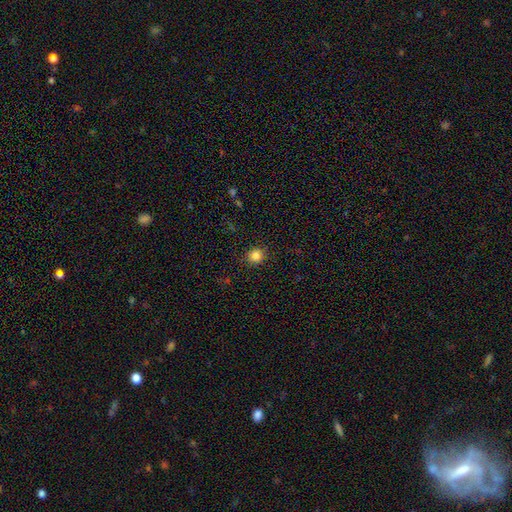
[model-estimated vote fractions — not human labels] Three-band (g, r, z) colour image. It shows a smooth galaxy with no disk features (83%) that is round (87%). Merging: none (90%).